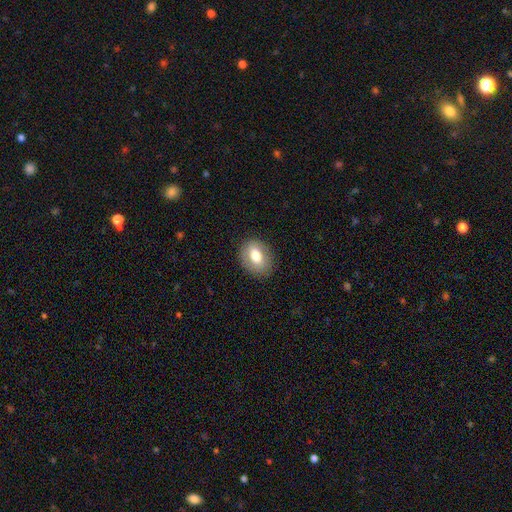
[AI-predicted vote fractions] smooth_or_featured: smooth (p=0.74) [alt: featured or disk p=0.18]
how_rounded: in between (p=0.67) [alt: round p=0.32]
merging: none (p=0.85) [alt: minor disturbance p=0.10]